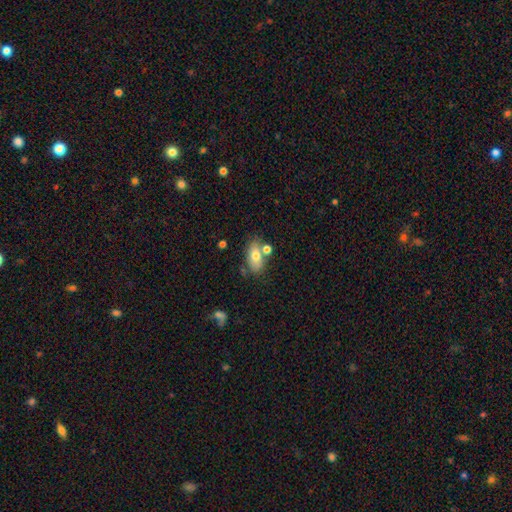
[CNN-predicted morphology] Smooth or featured: smooth — 72% (featured or disk — 20%)
How rounded: in between — 88% (round — 7%)
Merging: none — 60% (merger — 20%)